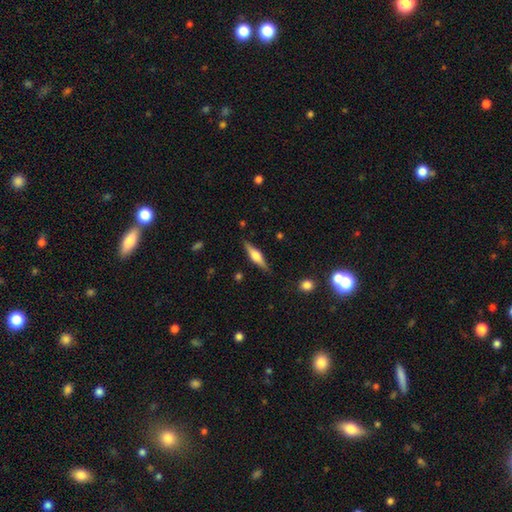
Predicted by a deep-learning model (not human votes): Q: Smooth or featured?
A: featured or disk (64%); runner-up: smooth (29%)
Q: Edge-on disk?
A: yes (97%); runner-up: no (3%)
Q: Edge-on bulge?
A: rounded (87%); runner-up: boxy (11%)
Q: Merging?
A: none (87%); runner-up: minor disturbance (9%)